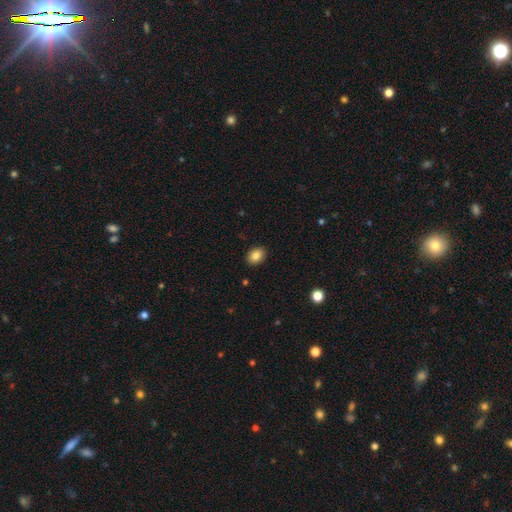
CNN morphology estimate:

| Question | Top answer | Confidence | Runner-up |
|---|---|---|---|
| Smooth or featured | smooth | 86% | star or artifact (9%) |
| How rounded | in between | 72% | round (27%) |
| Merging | none | 89% | minor disturbance (8%) |